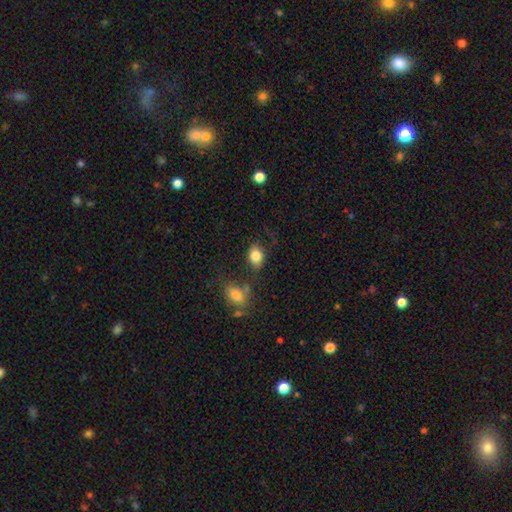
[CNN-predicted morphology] This is clearly a smooth galaxy (83%). How rounded: likely in between (64%). Merging: likely none (71%).